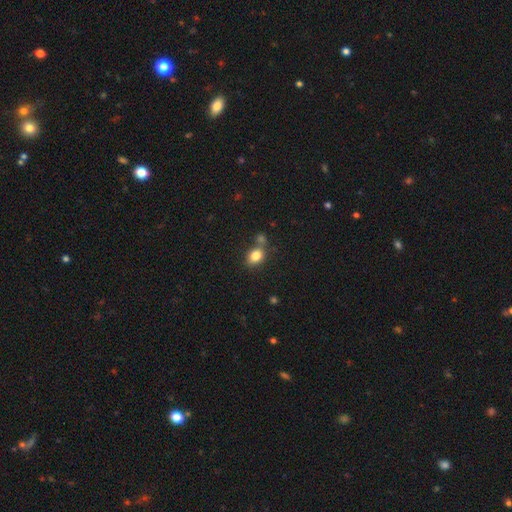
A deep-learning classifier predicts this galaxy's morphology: Smooth or featured?
  - smooth: 82% *
  - star or artifact: 10%
  - featured or disk: 8%
How rounded?
  - in between: 60% *
  - round: 38%
  - cigar-shaped: 1%
Merging?
  - none: 59% *
  - merger: 23%
  - minor disturbance: 14%
  - major disturbance: 4%